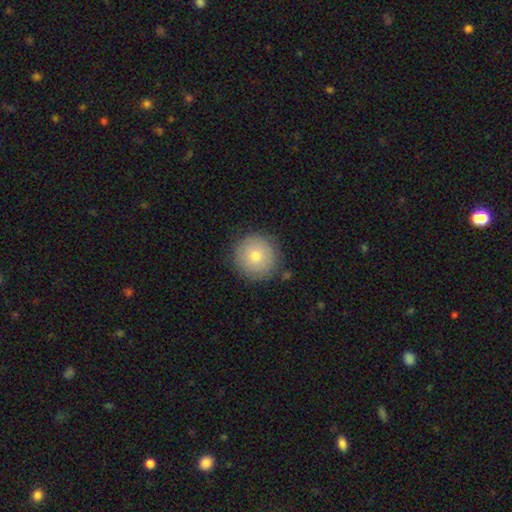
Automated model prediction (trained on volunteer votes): This is likely a smooth galaxy (73%). How rounded: clearly round (95%). Merging: clearly none (85%).